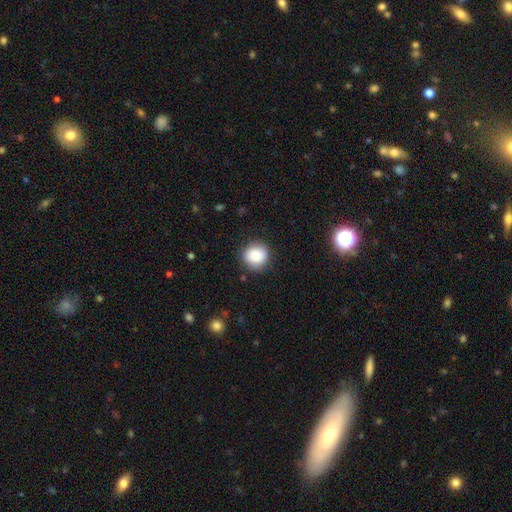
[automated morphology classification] Smooth or featured?
  - smooth: 84% *
  - star or artifact: 8%
  - featured or disk: 8%
How rounded?
  - round: 90% *
  - in between: 9%
  - cigar-shaped: 1%
Merging?
  - none: 87% *
  - minor disturbance: 10%
  - major disturbance: 3%
  - merger: 1%